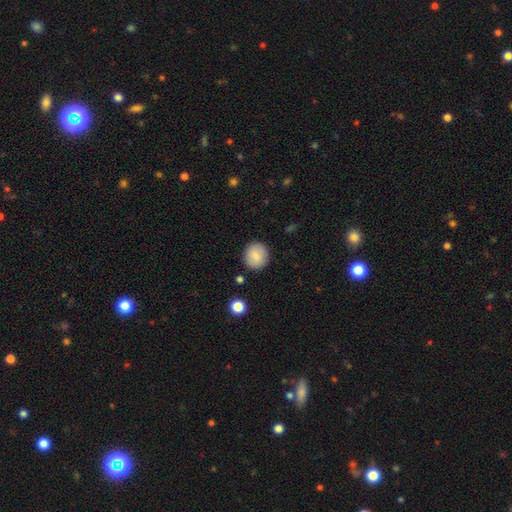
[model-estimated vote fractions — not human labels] Morphology: type=smooth (84%); roundness=round (88%); merging=none (88%).